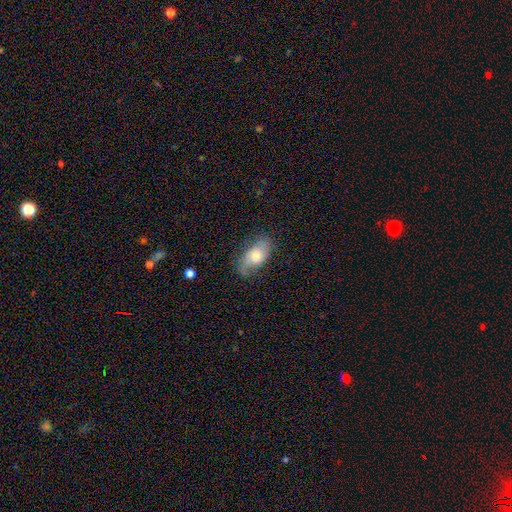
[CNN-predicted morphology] A smooth galaxy with no disk features (51%) that is in between round and cigar-shaped (91%). Merging: none (59%).